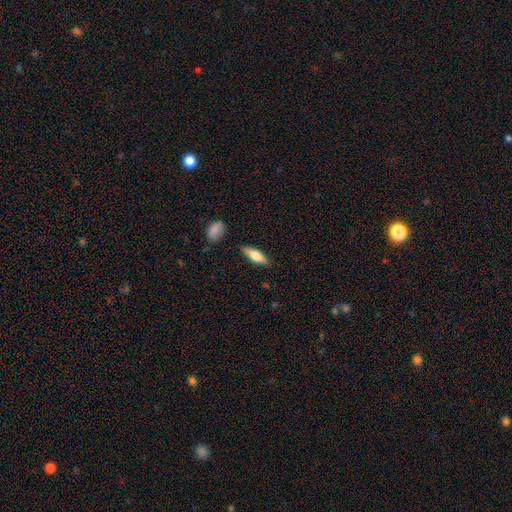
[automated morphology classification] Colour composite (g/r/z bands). It shows a smooth galaxy with no disk features (60%) that is in between round and cigar-shaped (54%). Merging: none (85%).